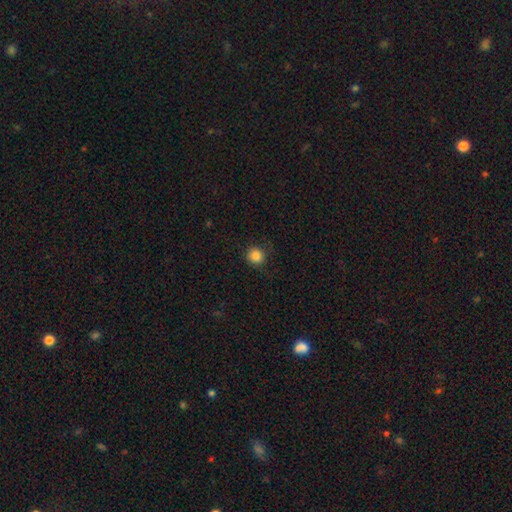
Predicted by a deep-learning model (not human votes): The model was most divided on "smooth or featured": smooth: 85%, star or artifact: 11%, featured or disk: 4%. More confident: how rounded — round (92%); merging — none (88%).